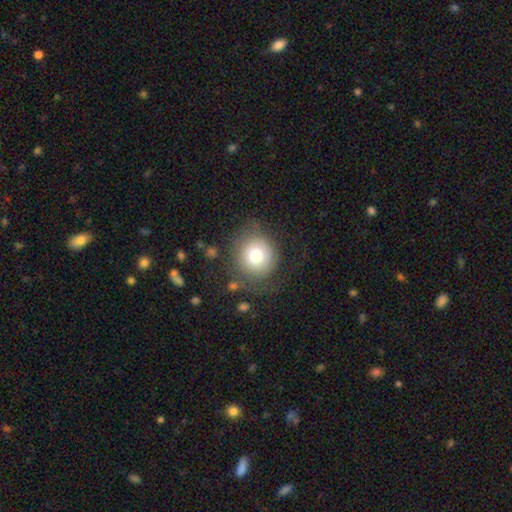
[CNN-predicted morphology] Smooth or featured? Predicted: smooth (p=0.74). How rounded? Predicted: round (p=0.88). Merging? Predicted: none (p=0.67).